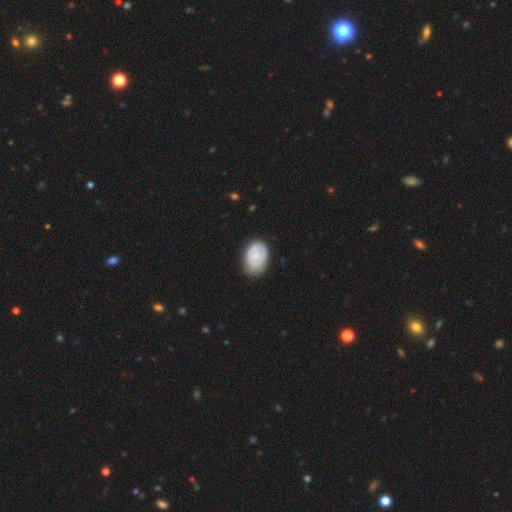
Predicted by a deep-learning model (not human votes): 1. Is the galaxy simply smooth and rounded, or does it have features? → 60% smooth, 35% featured or disk, 6% star or artifact.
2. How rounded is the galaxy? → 85% in between, 14% round, 1% cigar-shaped.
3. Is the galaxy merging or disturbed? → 70% none, 23% minor disturbance, 5% major disturbance, 2% merger.